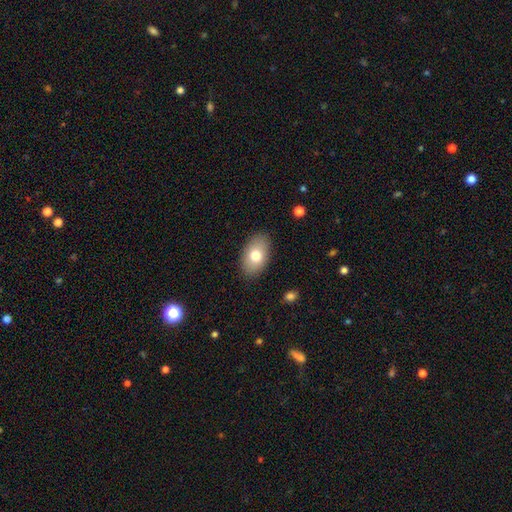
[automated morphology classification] Overall: smooth (76%). How rounded: in between (92%). Merging: none (87%).